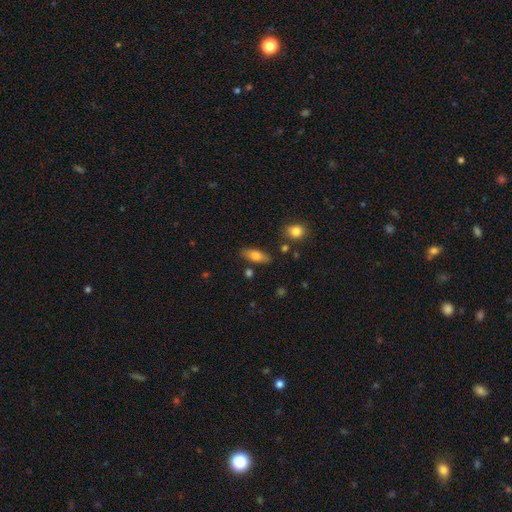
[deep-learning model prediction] Smooth or featured: smooth — 73% (featured or disk — 20%)
How rounded: in between — 76% (cigar-shaped — 21%)
Merging: none — 81% (minor disturbance — 12%)